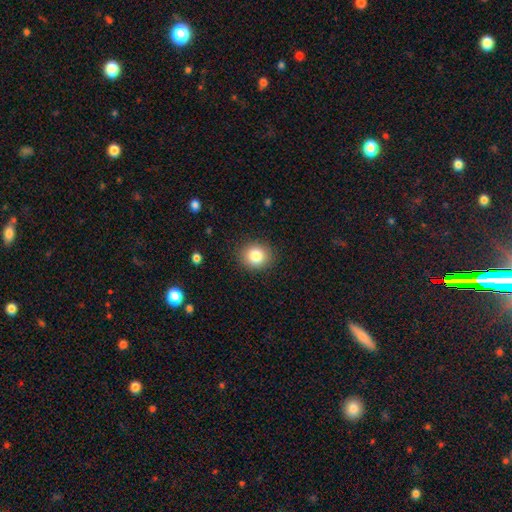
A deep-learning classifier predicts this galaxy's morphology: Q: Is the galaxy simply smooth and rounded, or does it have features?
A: smooth — 83%.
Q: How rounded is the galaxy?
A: round — 77%.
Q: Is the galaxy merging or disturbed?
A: none — 89%.